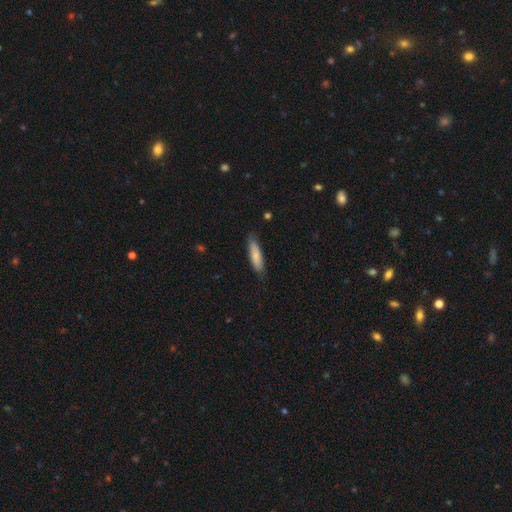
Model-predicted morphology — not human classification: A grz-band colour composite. It shows a smooth galaxy with no disk features (78%) that is cigar-shaped (65%). Merging: none (79%).